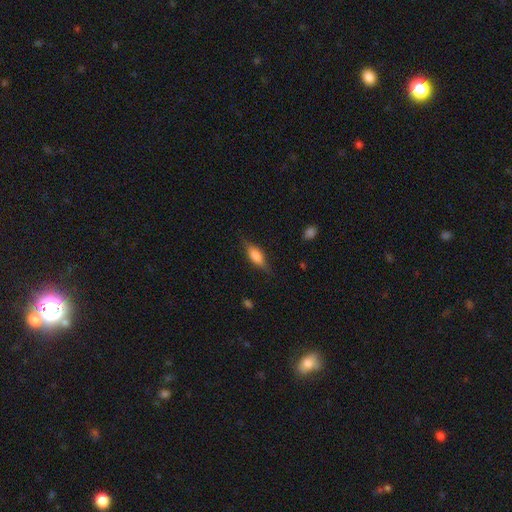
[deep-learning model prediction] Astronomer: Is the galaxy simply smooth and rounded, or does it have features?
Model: smooth — 56% (runner-up: featured or disk, 37%).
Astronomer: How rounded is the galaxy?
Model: in between — 60% (runner-up: cigar-shaped, 36%).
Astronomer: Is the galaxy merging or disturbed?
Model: none — 77%.